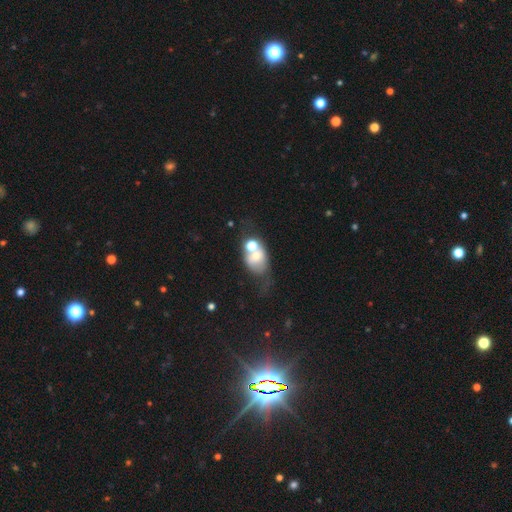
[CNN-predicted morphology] Smooth or featured: smooth — 52% (featured or disk — 36%)
How rounded: in between — 60% (round — 38%)
Merging: merger — 46% (none — 25%)